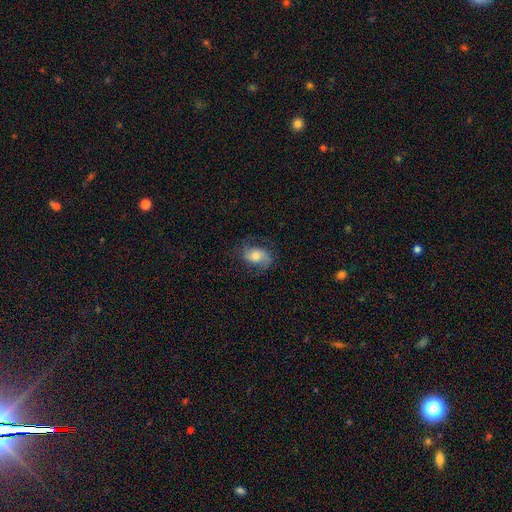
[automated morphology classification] This appears to be a featured or disk galaxy (53%) with no bar (62%), spiral arms (89%) and a moderate central bulge (45%). Merging: none (67%).